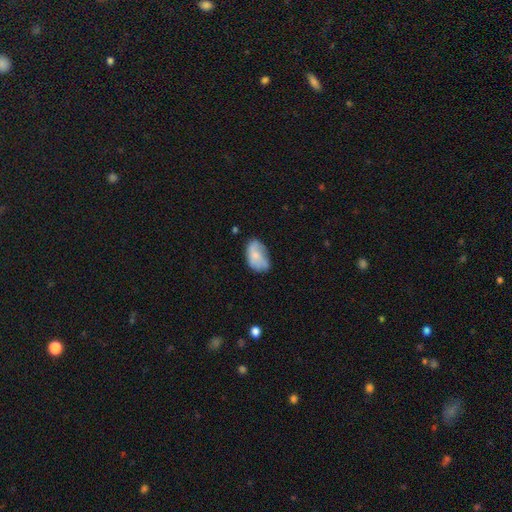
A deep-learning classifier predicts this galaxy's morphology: Smooth or featured?
  - smooth: 64% *
  - featured or disk: 29%
  - star or artifact: 7%
How rounded?
  - in between: 91% *
  - round: 8%
  - cigar-shaped: 2%
Merging?
  - none: 53% *
  - minor disturbance: 32%
  - major disturbance: 12%
  - merger: 3%